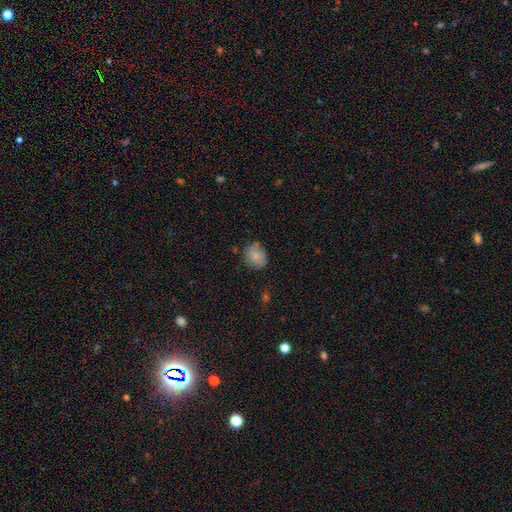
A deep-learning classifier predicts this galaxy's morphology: The model was most divided on "how rounded": round: 74%, in between: 25%, cigar-shaped: 1%. More confident: smooth or featured — smooth (80%); merging — none (71%).